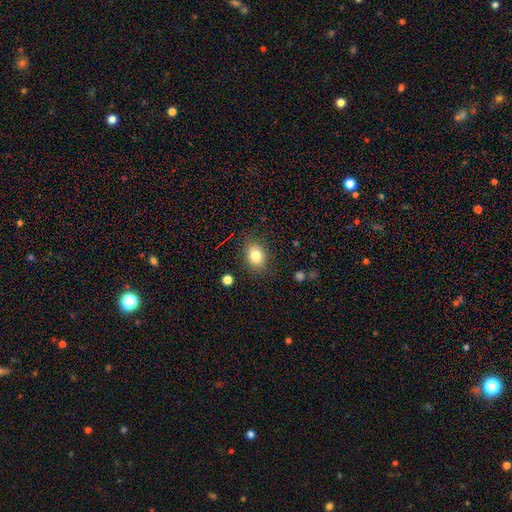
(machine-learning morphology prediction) Q: Smooth or featured?
A: smooth (82%); runner-up: star or artifact (10%)
Q: How rounded?
A: in between (62%); runner-up: round (37%)
Q: Merging?
A: none (83%); runner-up: minor disturbance (12%)